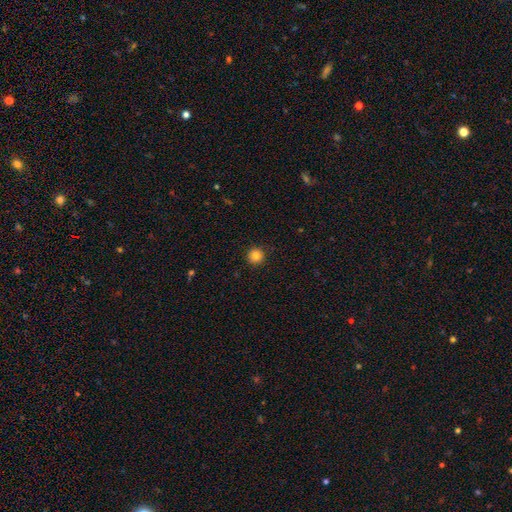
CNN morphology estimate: type=smooth (84%); roundness=round (96%); merging=none (92%).